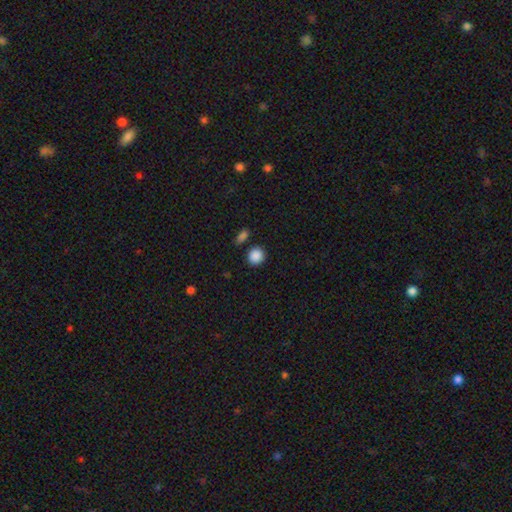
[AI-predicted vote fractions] This appears to be a smooth galaxy with no disk features (88%) that is round (87%). Merging: none (84%).